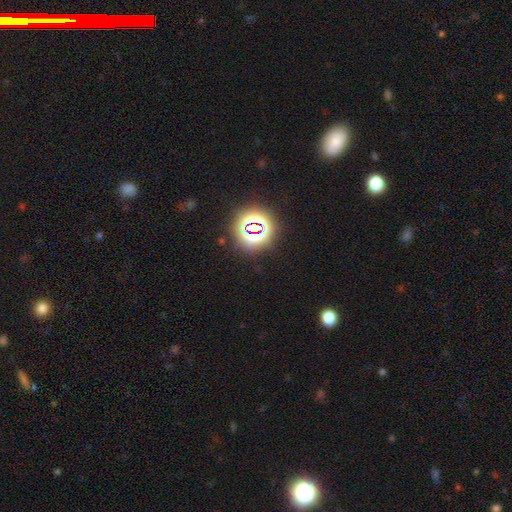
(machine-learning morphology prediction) A star or artifact, not a galaxy (75%).

Vote fractions:
- Smooth or featured? star or artifact: 75% / smooth: 18% / featured or disk: 7%